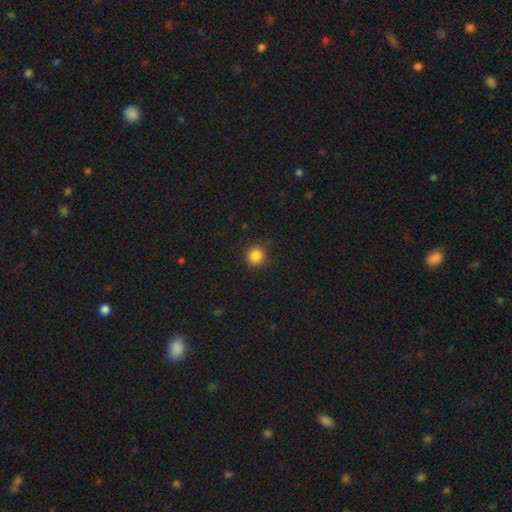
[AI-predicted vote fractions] Overall: smooth (85%). How rounded: round (93%). Merging: none (88%).